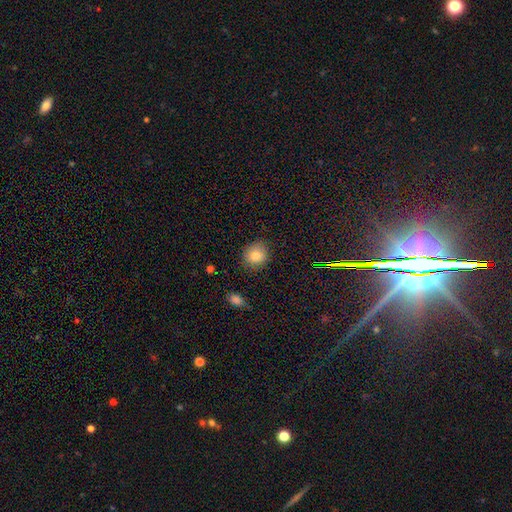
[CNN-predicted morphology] The model was most divided on "how rounded": round: 80%, in between: 19%, cigar-shaped: 1%. More confident: smooth or featured — smooth (83%); merging — none (82%).